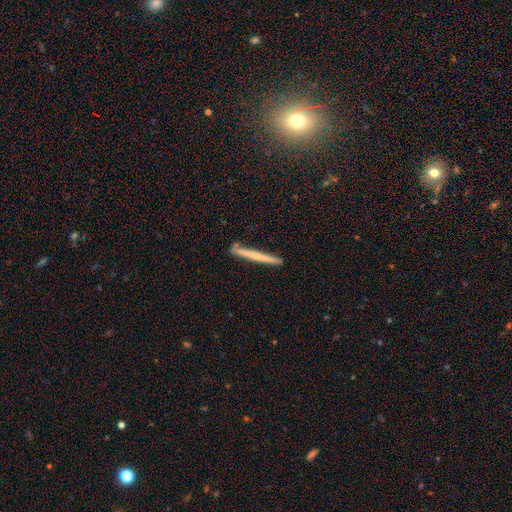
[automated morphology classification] Smooth or featured: smooth — 49% (featured or disk — 44%)
Merging: none — 87% (minor disturbance — 10%)